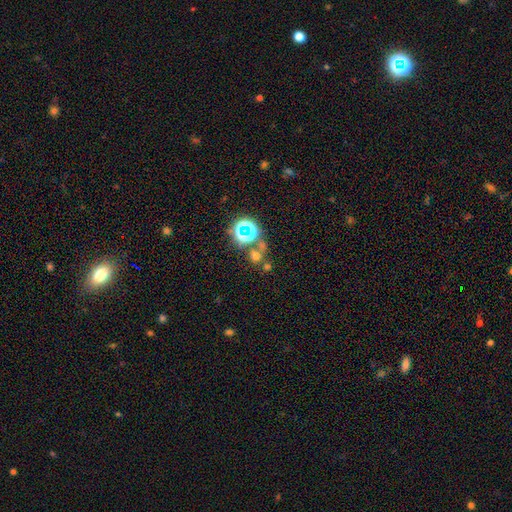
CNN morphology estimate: Q: Smooth or featured?
A: smooth (54%); runner-up: star or artifact (37%)
Q: How rounded?
A: round (89%); runner-up: in between (10%)
Q: Merging?
A: none (63%); runner-up: merger (24%)